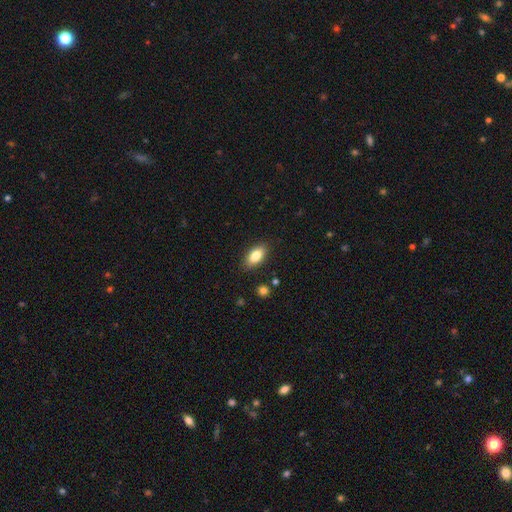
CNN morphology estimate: This appears to be a smooth galaxy with no disk features (83%) that is in between round and cigar-shaped (89%). Merging: none (86%).